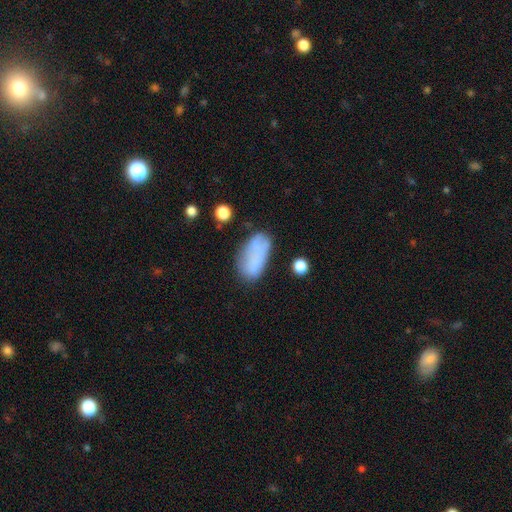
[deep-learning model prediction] A smooth galaxy with no disk features (72%) that is in between round and cigar-shaped (92%).

Vote fractions:
- Smooth or featured? smooth: 72% / featured or disk: 18% / star or artifact: 10%
- How rounded? in between: 92% / cigar-shaped: 4% / round: 4%
- Merging? none: 54% / minor disturbance: 27% / major disturbance: 12% / merger: 7%